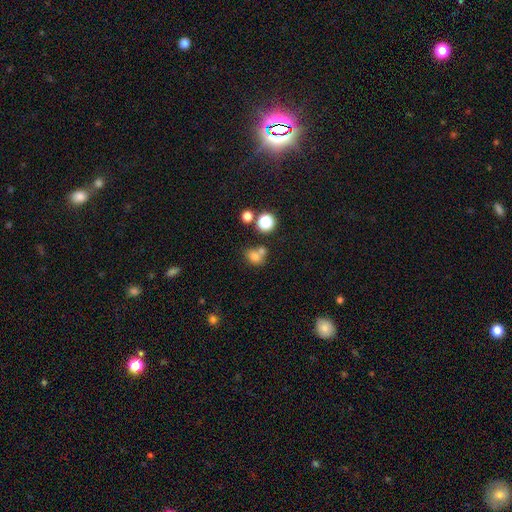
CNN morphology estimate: Overall: smooth (73%). How rounded: round (50%; in between 49%). Merging: none (44%; merger 38%).